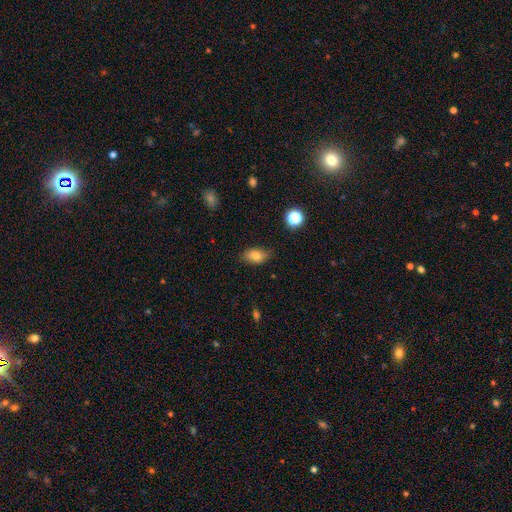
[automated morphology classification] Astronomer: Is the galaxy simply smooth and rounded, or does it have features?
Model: smooth — 80%.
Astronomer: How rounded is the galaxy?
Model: in between — 87%.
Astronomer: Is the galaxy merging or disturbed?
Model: none — 80%.